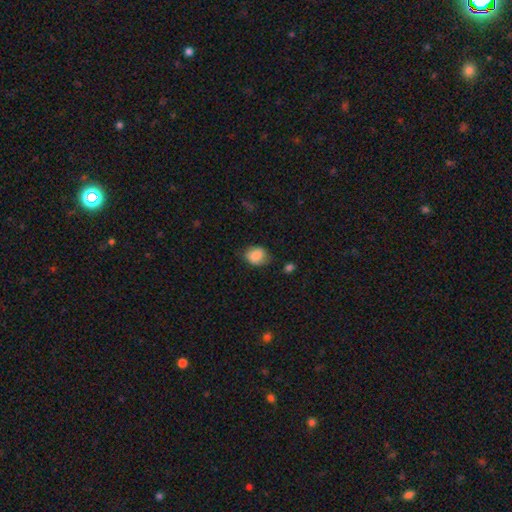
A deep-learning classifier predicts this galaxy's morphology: A smooth galaxy with no disk features (86%) that is round (50%). Merging: none (68%).